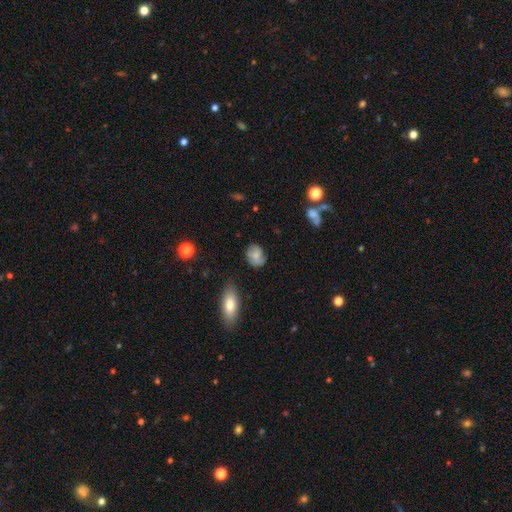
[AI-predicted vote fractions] Smooth or featured? smooth (73%)
How rounded? in between (56%)
Merging? none (72%)